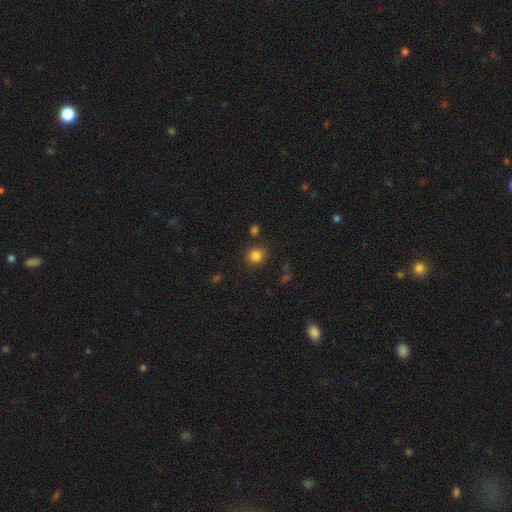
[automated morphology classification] The model was most divided on "smooth or featured": smooth: 82%, star or artifact: 12%, featured or disk: 6%. More confident: how rounded — round (85%); merging — none (83%).